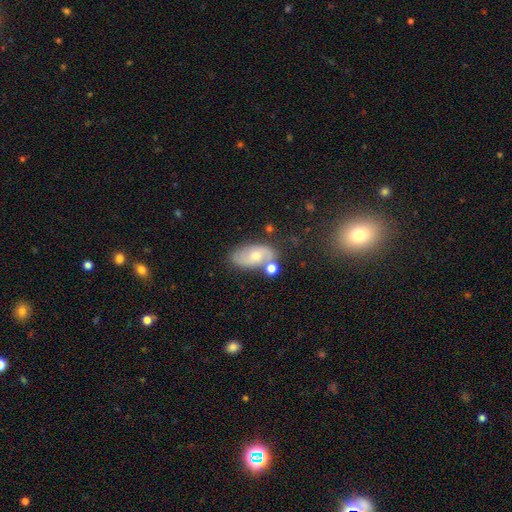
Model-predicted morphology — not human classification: Smooth or featured: featured or disk — 55% (smooth — 37%)
Edge-on disk: no — 94% (yes — 6%)
Bar: no — 65% (weak — 29%)
Spiral arms: yes — 79% (no — 21%)
Bulge size: moderate — 53% (small — 41%)
Merging: none — 55% (merger — 21%)